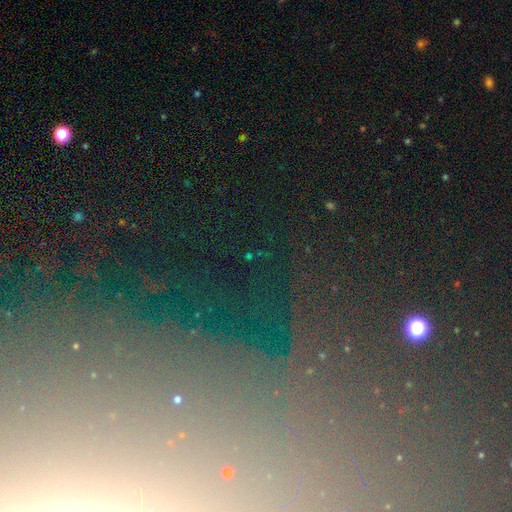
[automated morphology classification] This is likely a star or artifact rather than a galaxy (67%).